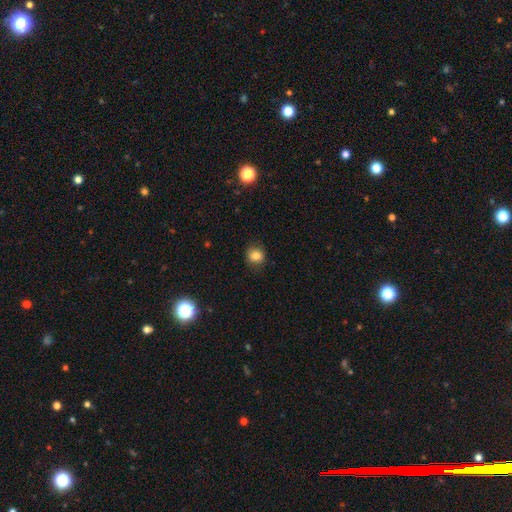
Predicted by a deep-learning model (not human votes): Smooth or featured? smooth (82%)
How rounded? round (83%)
Merging? none (85%)